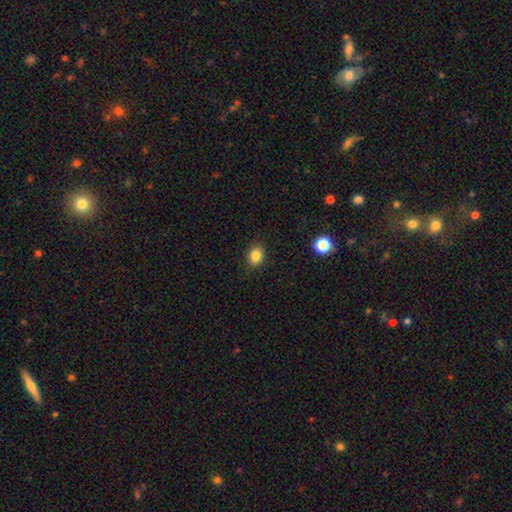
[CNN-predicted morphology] A smooth galaxy with no disk features (83%) that is round (52%).

Vote fractions:
- Smooth or featured? smooth: 83% / star or artifact: 11% / featured or disk: 6%
- How rounded? round: 52% / in between: 47% / cigar-shaped: 1%
- Merging? none: 88% / minor disturbance: 8% / major disturbance: 2% / merger: 1%